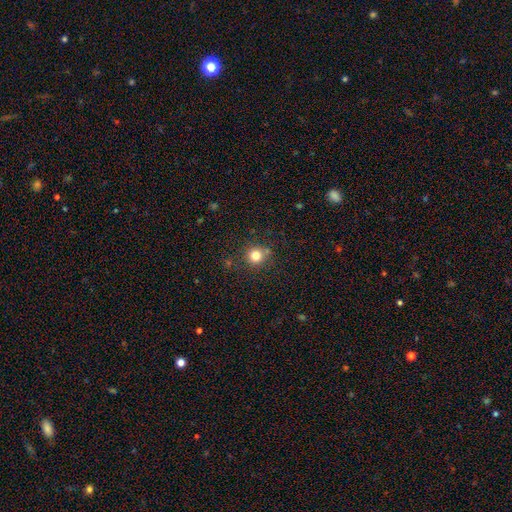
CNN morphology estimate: Q: Smooth or featured?
A: smooth (80%); runner-up: star or artifact (14%)
Q: How rounded?
A: round (93%); runner-up: in between (6%)
Q: Merging?
A: none (82%); runner-up: minor disturbance (9%)